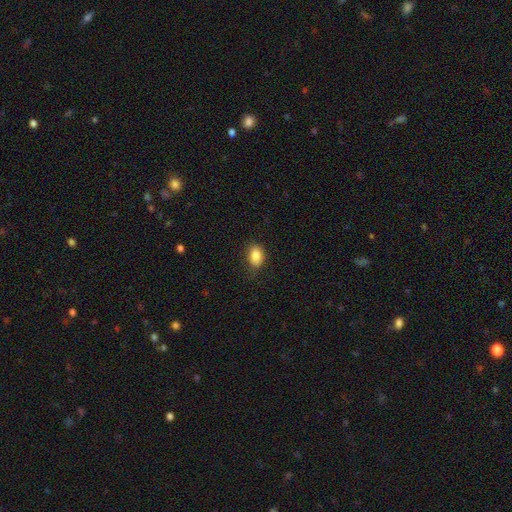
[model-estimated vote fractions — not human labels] This appears to be a smooth galaxy with no disk features (87%) that is in between round and cigar-shaped (82%). Merging: none (76%).